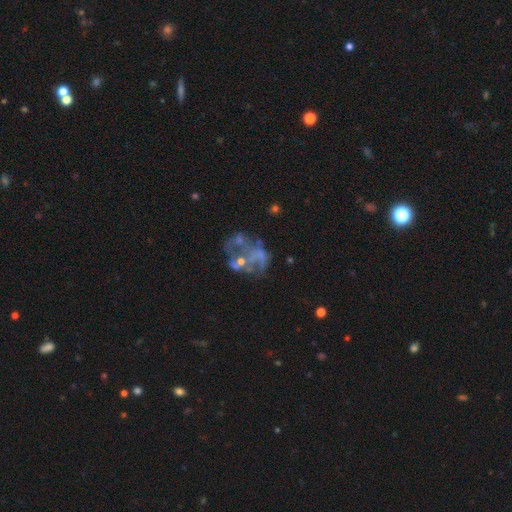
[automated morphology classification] This appears to be a featured or disk galaxy (65%) with no bar (82%), no spiral arms (75%) and no central bulge (57%). Merging: major disturbance (36%).